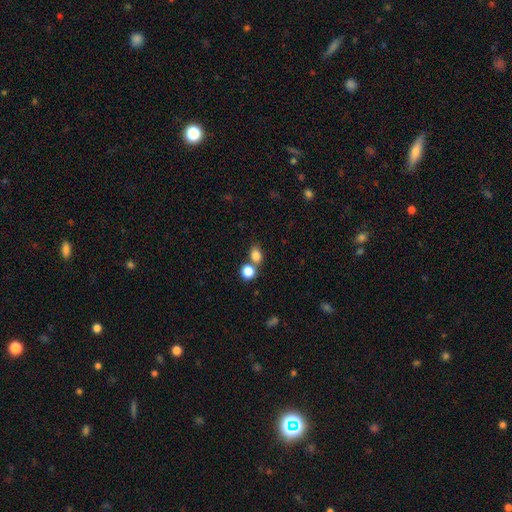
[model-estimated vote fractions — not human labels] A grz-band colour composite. It shows a smooth galaxy with no disk features (82%) that is round (49%, tied with in between). Merging: none (52%).